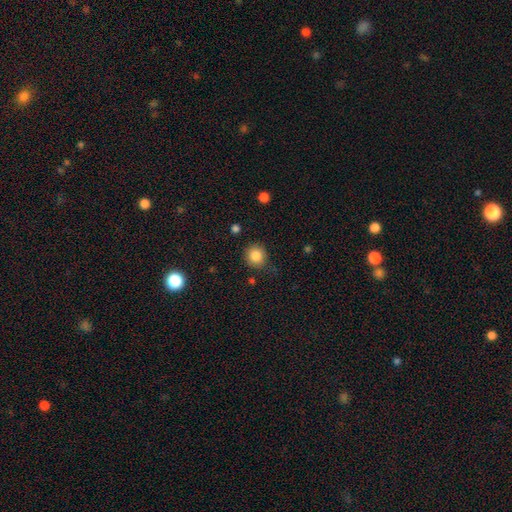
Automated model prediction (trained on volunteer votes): Smooth or featured?
  - smooth: 85% *
  - star or artifact: 10%
  - featured or disk: 5%
How rounded?
  - round: 90% *
  - in between: 9%
  - cigar-shaped: 1%
Merging?
  - none: 83% *
  - minor disturbance: 11%
  - major disturbance: 3%
  - merger: 2%